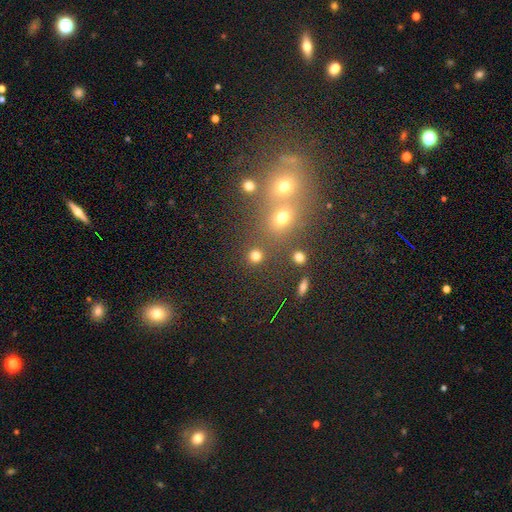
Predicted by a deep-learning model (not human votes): smooth-or-featured: smooth: 77% | star or artifact: 17% | featured or disk: 6%
  how-rounded: round: 89% | in between: 10% | cigar-shaped: 1%
  merging: none: 79% | merger: 11% | minor disturbance: 7% | major disturbance: 4%